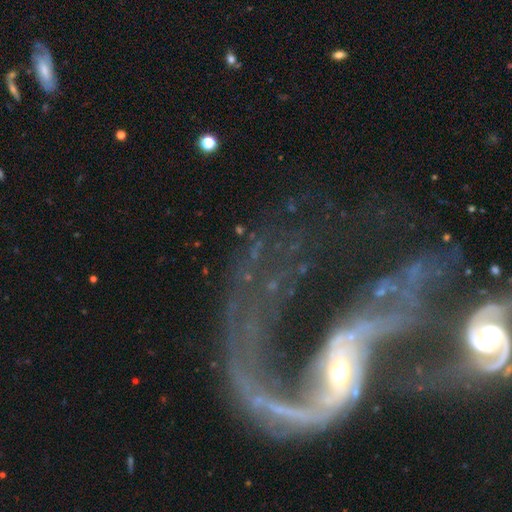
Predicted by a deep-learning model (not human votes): smooth-or-featured: featured or disk: 84% | star or artifact: 9% | smooth: 7%
  disk-edge-on: no: 94% | yes: 6%
    bar: weak: 34% | strong: 33% | no: 33%
    has-spiral-arms: yes: 86% | no: 14%
      spiral-winding: loose: 77% | medium: 17% | tight: 7%
      spiral-arm-count: 2: 75% | 1: 11% | can't tell: 6% | 3: 3% | 4: 3% | more than 4: 3%
    bulge-size: small: 54% | moderate: 36% | large: 4% | none: 3% | dominant: 2%
  merging: major disturbance: 42% | none: 31% | merger: 14% | minor disturbance: 13%